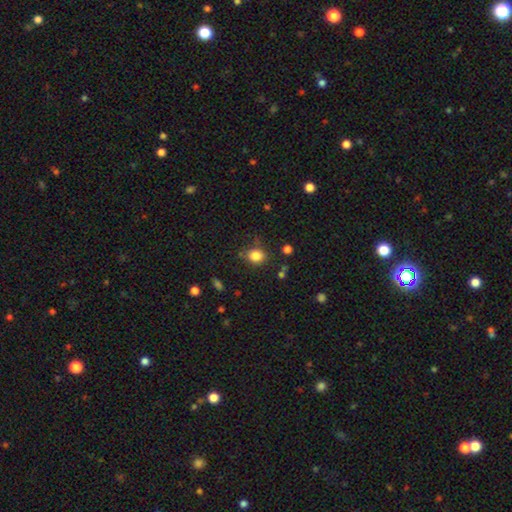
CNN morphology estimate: Smooth or featured? smooth (83%)
How rounded? round (59%)
Merging? none (75%)